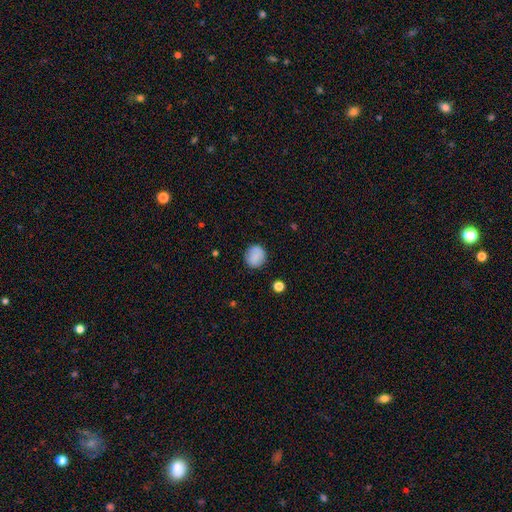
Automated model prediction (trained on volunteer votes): Smooth or featured: smooth — 85% (star or artifact — 8%)
How rounded: round — 87% (in between — 12%)
Merging: none — 87% (minor disturbance — 9%)